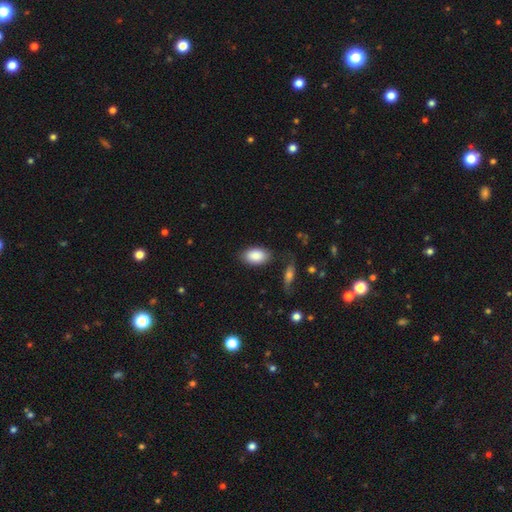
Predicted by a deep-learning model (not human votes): Overall: smooth (88%). How rounded: in between (92%). Merging: none (80%).